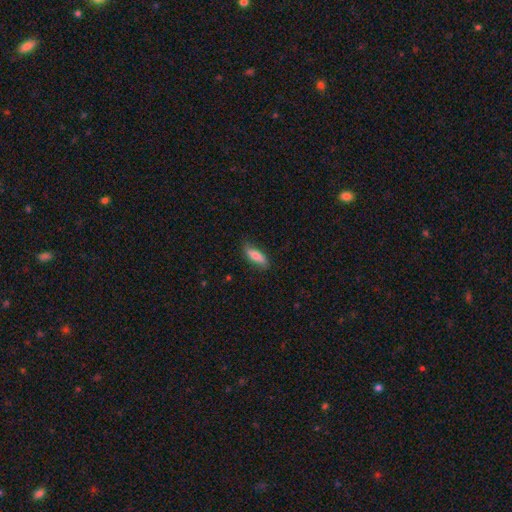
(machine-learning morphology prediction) type=smooth (69%); roundness=in between (60%); merging=none (76%).